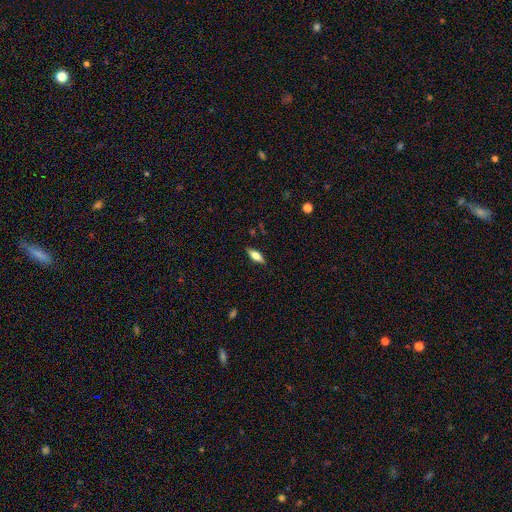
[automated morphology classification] This is likely a smooth galaxy (61%). How rounded: likely in between (69%). Merging: clearly none (87%).